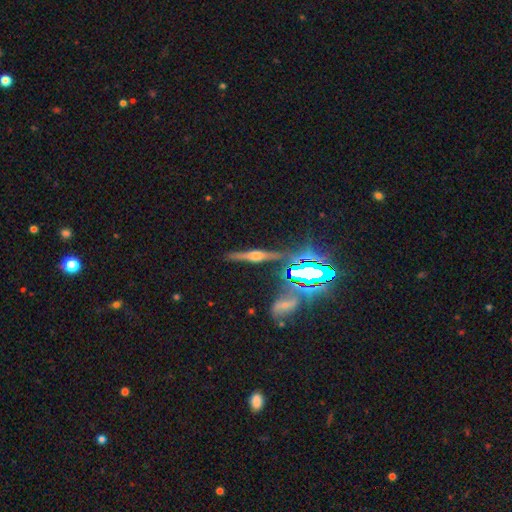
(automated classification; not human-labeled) Smooth or featured: featured or disk — 72% (smooth — 14%)
Edge-on disk: yes — 97% (no — 3%)
Edge-on bulge: rounded — 88% (boxy — 10%)
Merging: none — 86% (minor disturbance — 9%)